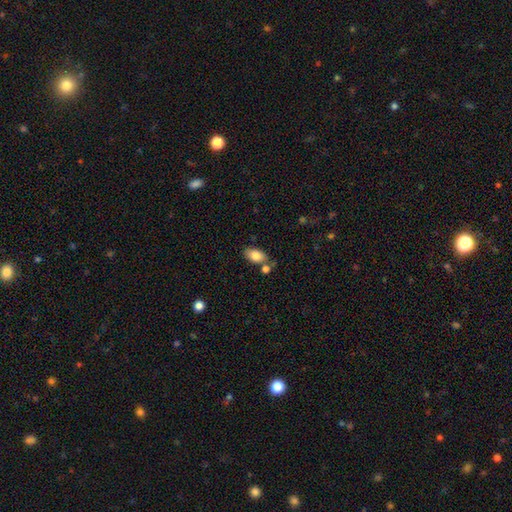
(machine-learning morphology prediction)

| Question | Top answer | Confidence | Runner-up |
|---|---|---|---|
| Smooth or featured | smooth | 83% | featured or disk (9%) |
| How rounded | in between | 92% | round (6%) |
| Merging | none | 67% | merger (15%) |